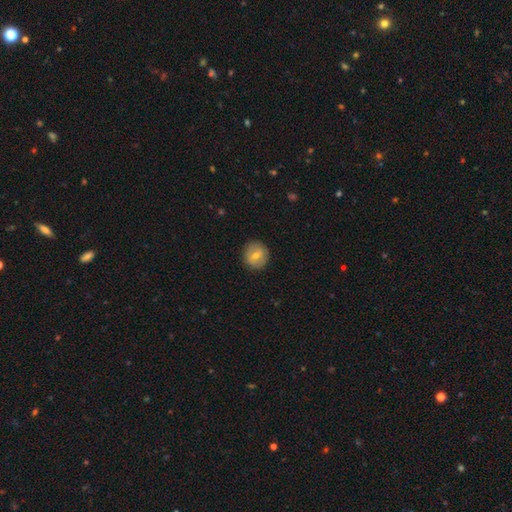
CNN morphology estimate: smooth 67%, featured or disk 24%, star or artifact 8%. Down the decision tree: how rounded — round (87%); merging — none (88%).